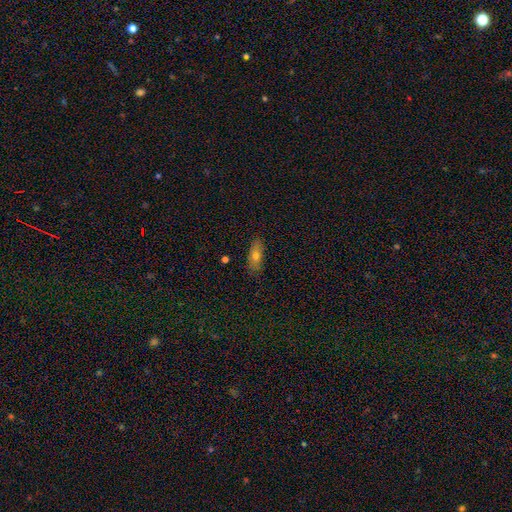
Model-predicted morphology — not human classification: This appears to be a smooth galaxy with no disk features (69%) that is in between round and cigar-shaped (76%). Merging: none (86%).